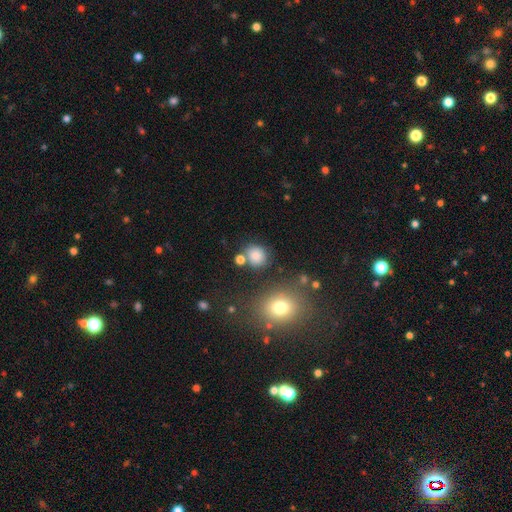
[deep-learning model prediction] Smooth or featured? smooth (81%)
How rounded? round (83%)
Merging? none (74%)